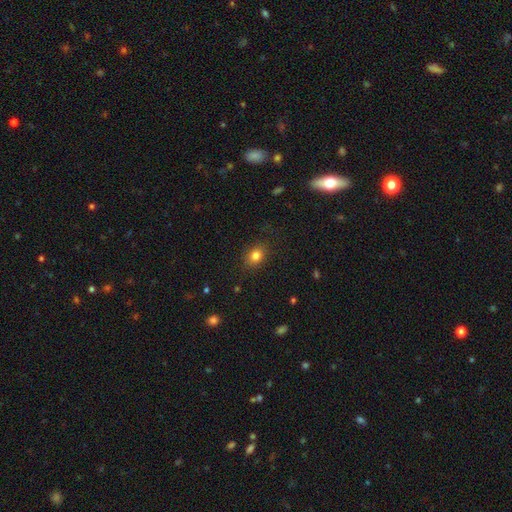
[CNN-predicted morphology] Smooth or featured?
  - smooth: 81% *
  - star or artifact: 12%
  - featured or disk: 7%
How rounded?
  - in between: 59% *
  - round: 40%
  - cigar-shaped: 1%
Merging?
  - none: 83% *
  - minor disturbance: 12%
  - major disturbance: 4%
  - merger: 1%